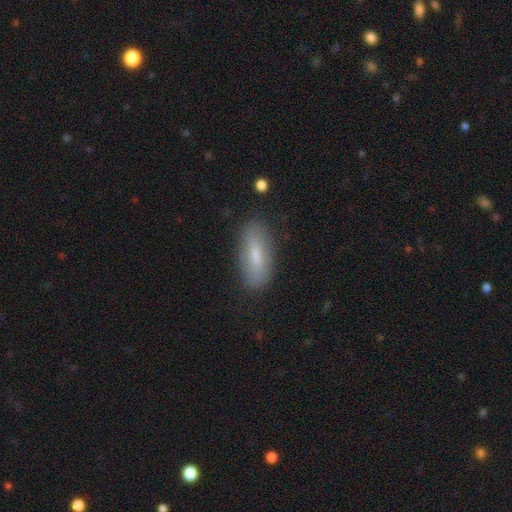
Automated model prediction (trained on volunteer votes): This appears to be a smooth galaxy with no disk features (70%) that is in between round and cigar-shaped (69%). Merging: none (82%).